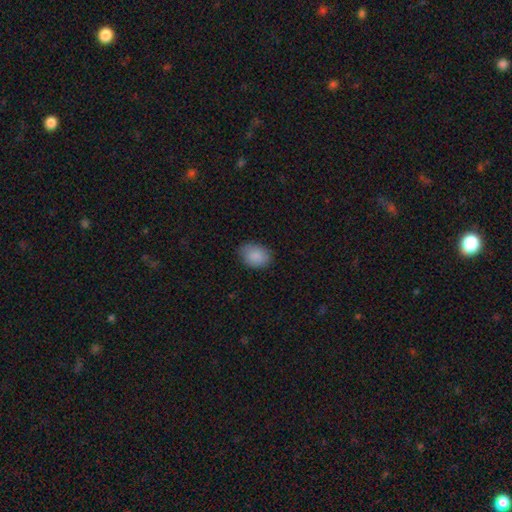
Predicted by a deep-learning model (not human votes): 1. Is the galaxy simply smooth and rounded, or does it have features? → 88% smooth, 7% star or artifact, 4% featured or disk.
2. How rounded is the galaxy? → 71% in between, 28% round, 1% cigar-shaped.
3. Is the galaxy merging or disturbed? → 81% none, 15% minor disturbance, 3% major disturbance, 1% merger.